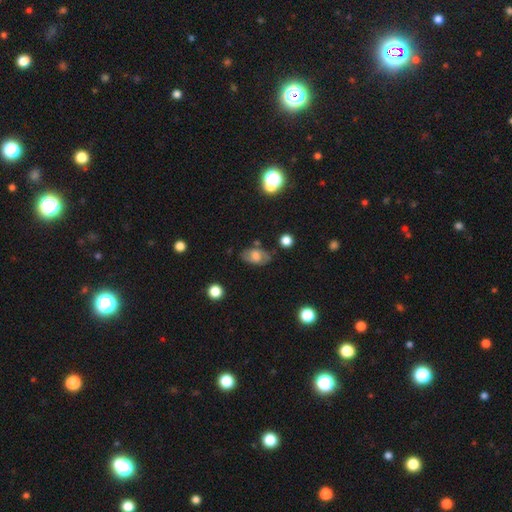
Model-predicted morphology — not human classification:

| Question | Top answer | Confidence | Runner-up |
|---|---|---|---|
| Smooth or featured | smooth | 51% | featured or disk (39%) |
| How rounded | in between | 87% | round (10%) |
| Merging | none | 69% | minor disturbance (21%) |